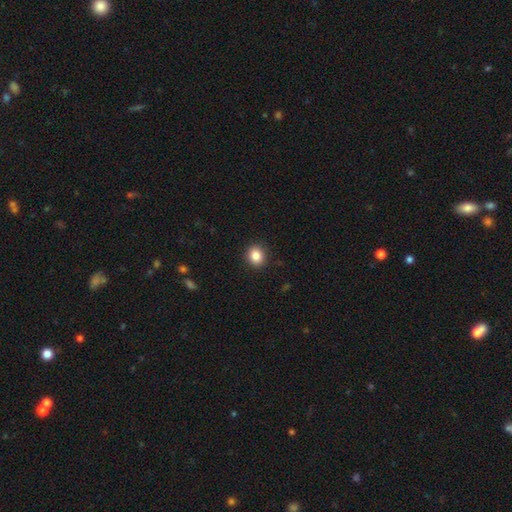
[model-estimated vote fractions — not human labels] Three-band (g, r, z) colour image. It shows a smooth galaxy with no disk features (86%) that is round (72%). Merging: none (91%).